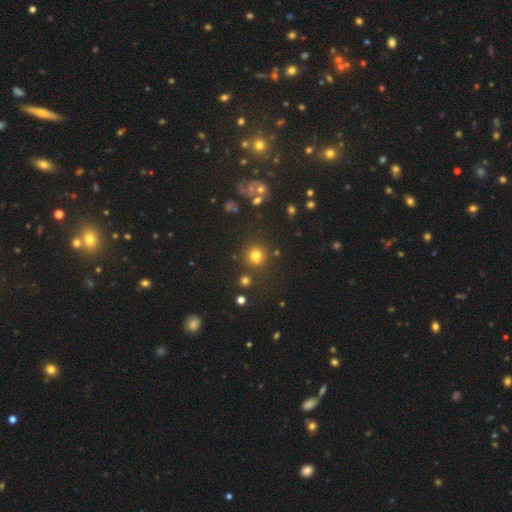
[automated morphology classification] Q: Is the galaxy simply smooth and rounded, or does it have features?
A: smooth — 75%.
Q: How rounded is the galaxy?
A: round — 91%.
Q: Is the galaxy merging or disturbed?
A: none — 81%.